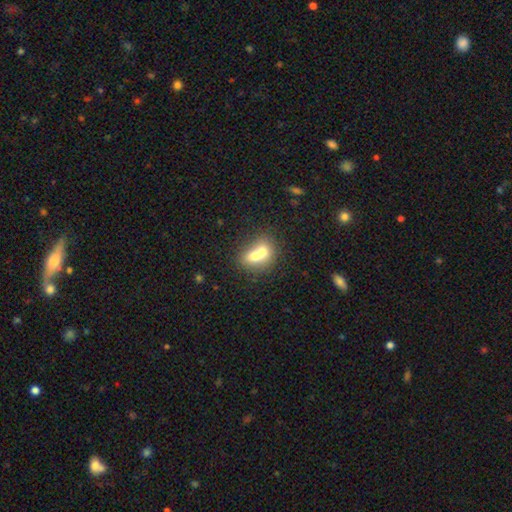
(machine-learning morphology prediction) Q: Smooth or featured?
A: smooth (66%); runner-up: featured or disk (24%)
Q: How rounded?
A: in between (60%); runner-up: round (38%)
Q: Merging?
A: merger (69%); runner-up: none (21%)